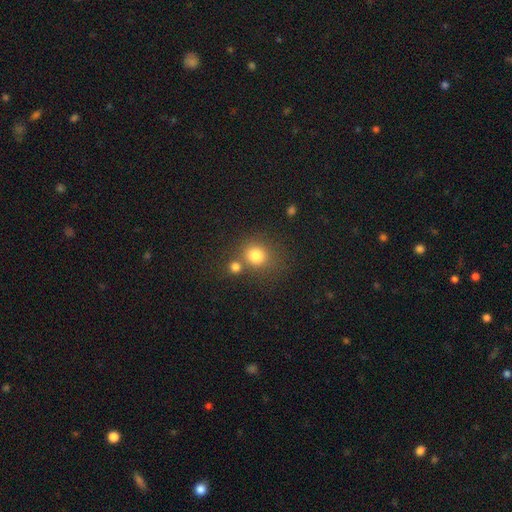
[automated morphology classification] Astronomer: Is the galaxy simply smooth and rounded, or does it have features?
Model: smooth — 79%.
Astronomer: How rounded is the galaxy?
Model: round — 82%.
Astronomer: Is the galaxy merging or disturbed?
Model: none — 59%.